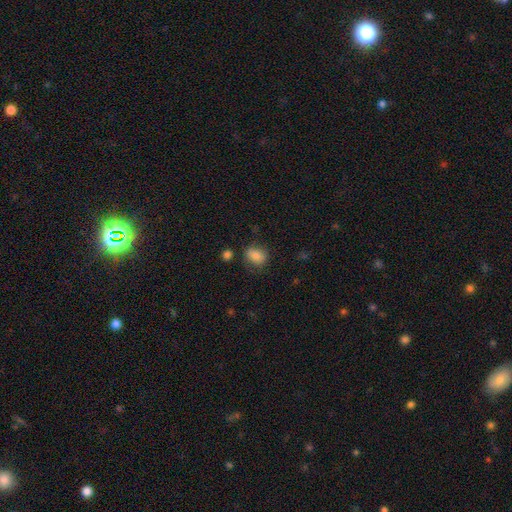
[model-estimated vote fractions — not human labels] Smooth or featured?
  - smooth: 84% *
  - star or artifact: 9%
  - featured or disk: 7%
How rounded?
  - in between: 59% *
  - round: 39%
  - cigar-shaped: 1%
Merging?
  - none: 70% *
  - minor disturbance: 20%
  - major disturbance: 7%
  - merger: 3%